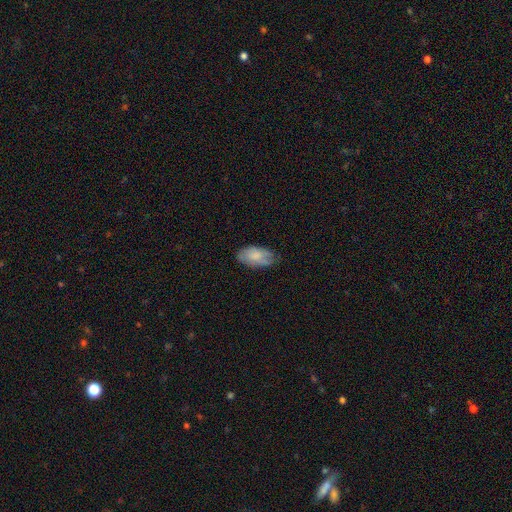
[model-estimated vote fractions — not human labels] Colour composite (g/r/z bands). It shows a smooth galaxy with no disk features (72%) that is in between round and cigar-shaped (95%). Merging: none (69%).